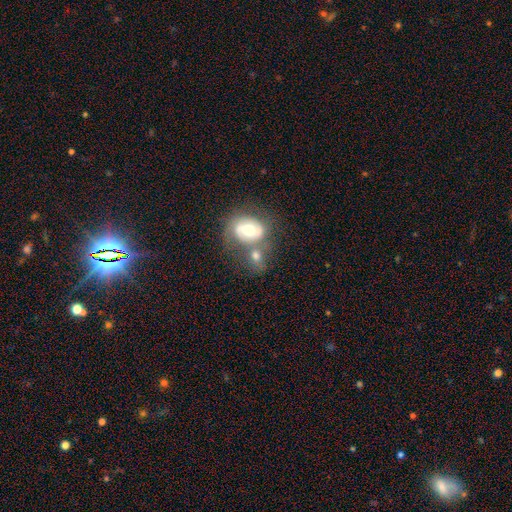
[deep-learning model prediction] smooth 50%, featured or disk 41%, star or artifact 9%. Down the decision tree: how rounded — in between (51%); merging — merger (43%).